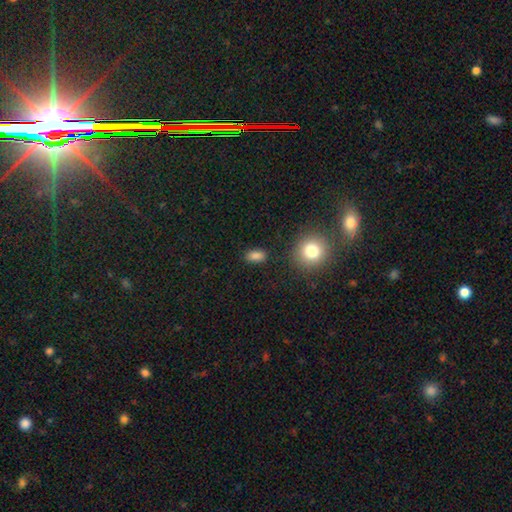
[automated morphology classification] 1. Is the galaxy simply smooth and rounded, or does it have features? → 84% smooth, 11% star or artifact, 5% featured or disk.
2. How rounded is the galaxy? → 86% in between, 11% round, 4% cigar-shaped.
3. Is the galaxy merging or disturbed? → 84% none, 11% minor disturbance, 3% major disturbance, 3% merger.